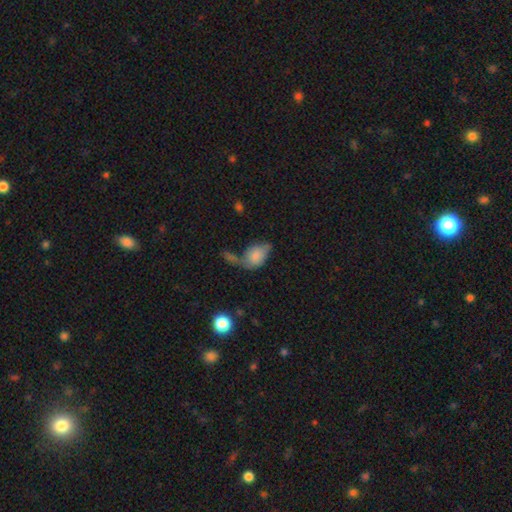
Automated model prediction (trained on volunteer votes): Q: Smooth or featured?
A: smooth (75%); runner-up: featured or disk (16%)
Q: How rounded?
A: in between (83%); runner-up: round (15%)
Q: Merging?
A: merger (31%); runner-up: none (26%)